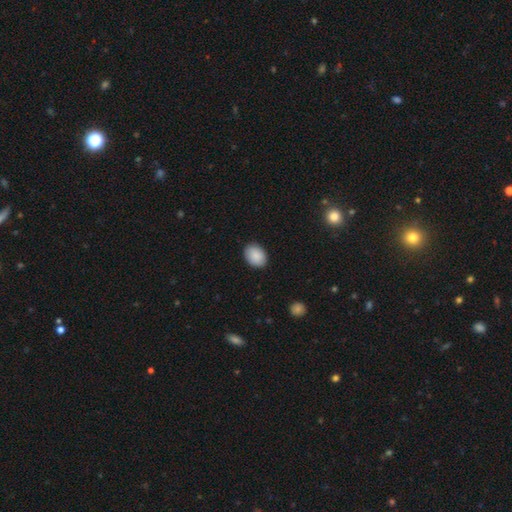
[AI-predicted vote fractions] A smooth galaxy with no disk features (90%) that is in between round and cigar-shaped (72%).

Vote fractions:
- Smooth or featured? smooth: 90% / star or artifact: 7% / featured or disk: 4%
- How rounded? in between: 72% / round: 27% / cigar-shaped: 1%
- Merging? none: 88% / minor disturbance: 9% / major disturbance: 2% / merger: 1%